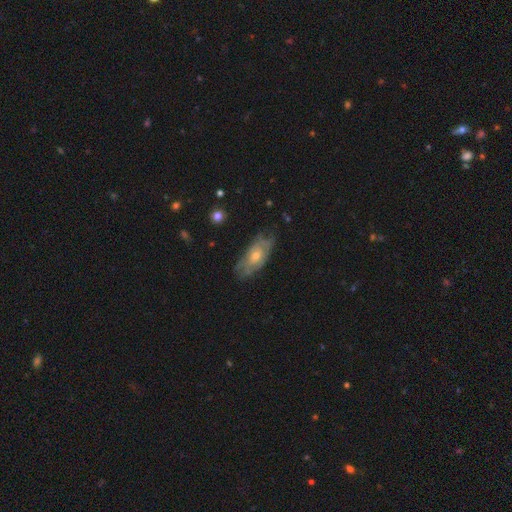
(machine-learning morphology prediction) Smooth or featured? featured or disk (61%)
Edge-on disk? no (87%)
Bar? no (82%)
Spiral arms? yes (64%)
Bulge size? moderate (49%)
Merging? none (65%)